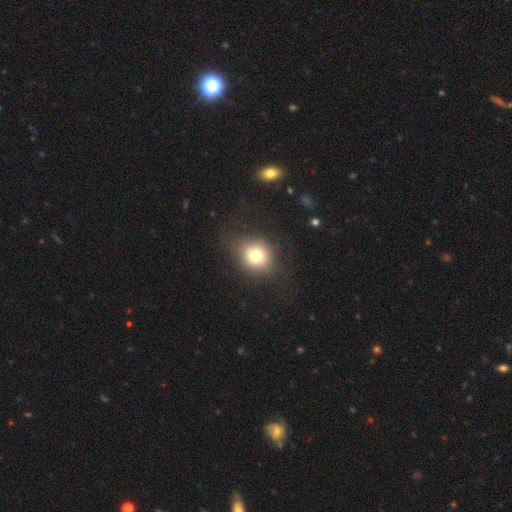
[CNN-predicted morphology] smooth_or_featured: smooth (p=0.74) [alt: star or artifact p=0.13]
how_rounded: round (p=0.76) [alt: in between p=0.23]
merging: none (p=0.77) [alt: minor disturbance p=0.14]